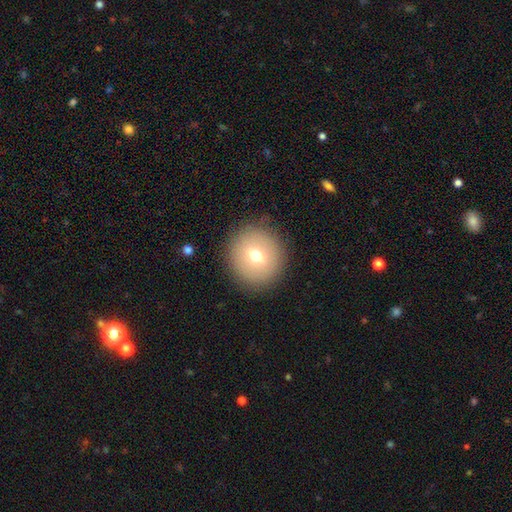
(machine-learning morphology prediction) A smooth galaxy with no disk features (71%) that is round (91%). Merging: none (88%).